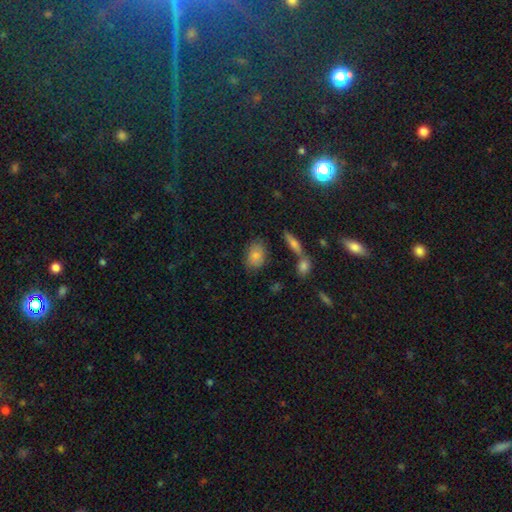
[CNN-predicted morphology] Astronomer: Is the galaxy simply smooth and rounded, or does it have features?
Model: smooth — 78%.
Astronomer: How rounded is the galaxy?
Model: in between — 75%.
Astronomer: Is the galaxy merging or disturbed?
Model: none — 71%.